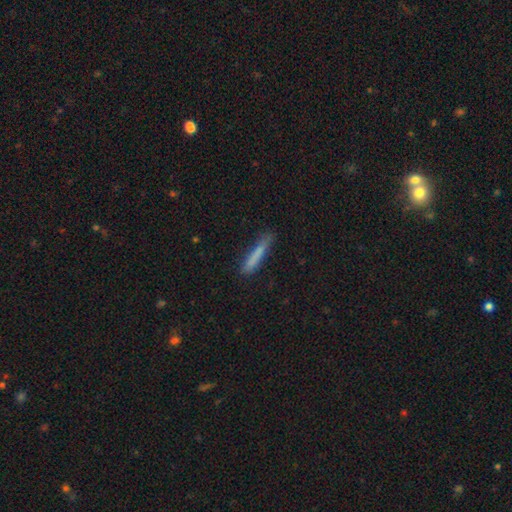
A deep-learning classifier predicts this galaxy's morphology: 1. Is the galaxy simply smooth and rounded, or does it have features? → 77% smooth, 16% featured or disk, 7% star or artifact.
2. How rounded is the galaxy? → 94% cigar-shaped, 5% in between, 1% round.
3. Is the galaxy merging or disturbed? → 78% none, 17% minor disturbance, 3% major disturbance, 2% merger.